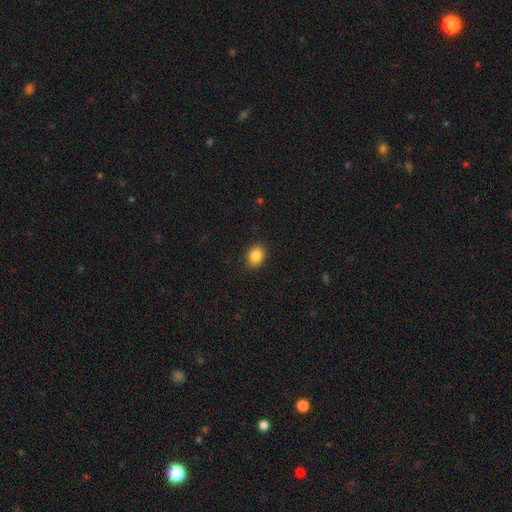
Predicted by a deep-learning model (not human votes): A smooth galaxy with no disk features (87%) that is in between round and cigar-shaped (51%).

Vote fractions:
- Smooth or featured? smooth: 87% / star or artifact: 9% / featured or disk: 5%
- How rounded? in between: 51% / round: 48% / cigar-shaped: 1%
- Merging? none: 90% / minor disturbance: 7% / major disturbance: 2% / merger: 1%